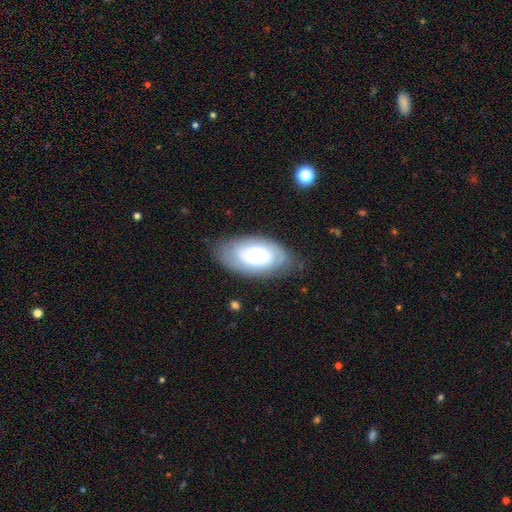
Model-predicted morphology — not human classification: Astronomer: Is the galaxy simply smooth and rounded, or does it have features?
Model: featured or disk — 54% (runner-up: smooth, 39%).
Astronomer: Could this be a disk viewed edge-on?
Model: no — 92%.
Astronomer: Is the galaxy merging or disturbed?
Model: none — 76%.